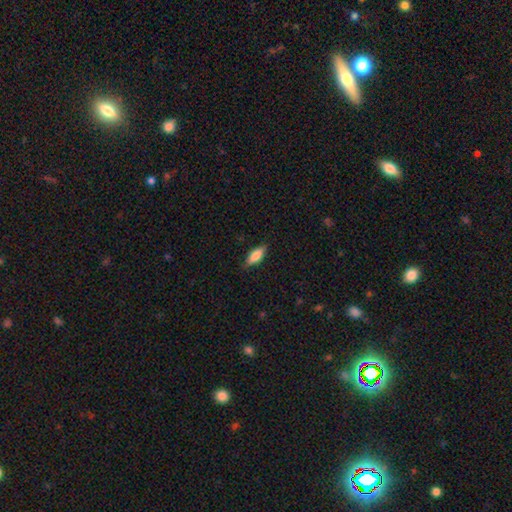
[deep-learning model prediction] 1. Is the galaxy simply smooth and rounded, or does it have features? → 73% smooth, 21% featured or disk, 7% star or artifact.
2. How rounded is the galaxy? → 64% in between, 33% cigar-shaped, 2% round.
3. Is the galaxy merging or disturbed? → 84% none, 12% minor disturbance, 3% major disturbance, 1% merger.